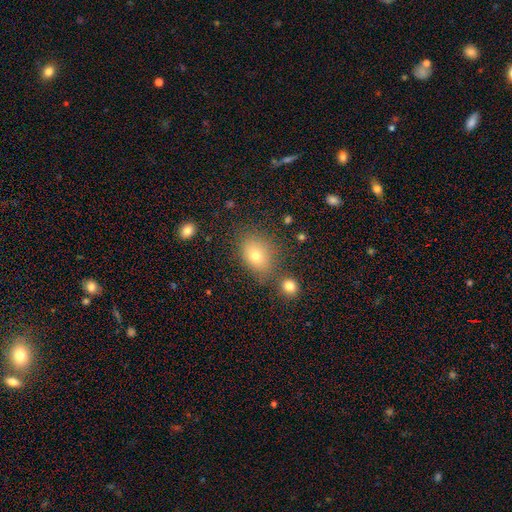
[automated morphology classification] smooth_or_featured: smooth (p=0.75) [alt: star or artifact p=0.13]
how_rounded: in between (p=0.70) [alt: round p=0.28]
merging: none (p=0.71) [alt: minor disturbance p=0.15]